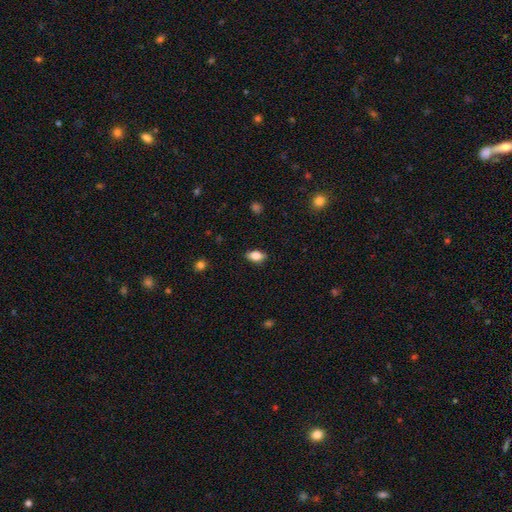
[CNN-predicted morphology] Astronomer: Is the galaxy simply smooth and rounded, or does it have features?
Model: smooth — 78%.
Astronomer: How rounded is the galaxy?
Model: in between — 87%.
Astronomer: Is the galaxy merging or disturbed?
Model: none — 86%.